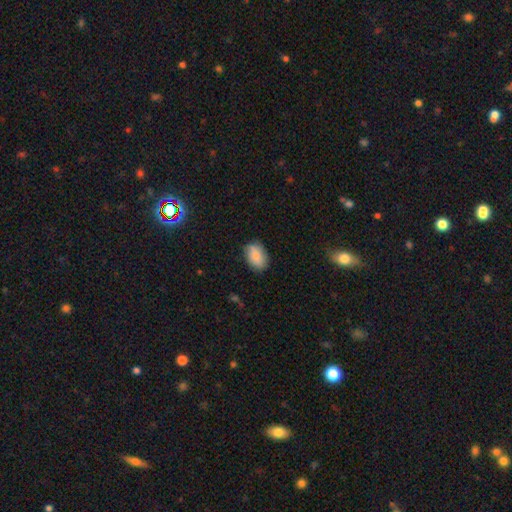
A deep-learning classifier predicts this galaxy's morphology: Smooth or featured?
  - smooth: 83% *
  - featured or disk: 10%
  - star or artifact: 7%
How rounded?
  - in between: 84% *
  - round: 15%
  - cigar-shaped: 1%
Merging?
  - none: 77% *
  - minor disturbance: 18%
  - major disturbance: 3%
  - merger: 1%